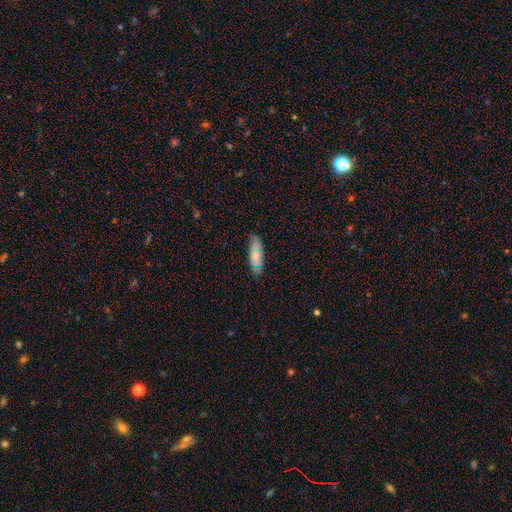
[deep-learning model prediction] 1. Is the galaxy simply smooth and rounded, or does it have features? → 71% smooth, 23% featured or disk, 7% star or artifact.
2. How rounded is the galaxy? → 56% in between, 42% cigar-shaped, 2% round.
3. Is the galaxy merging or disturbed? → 76% none, 18% minor disturbance, 4% major disturbance, 2% merger.